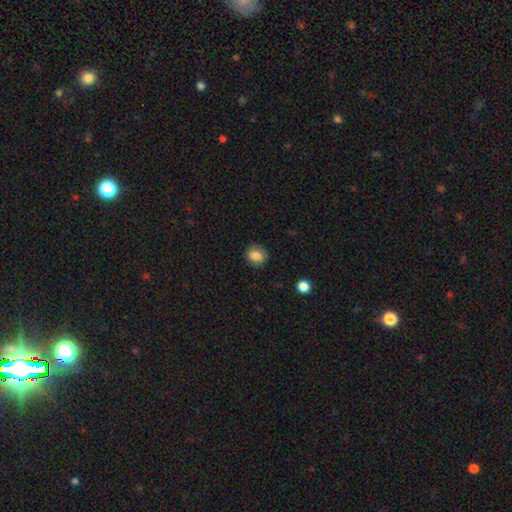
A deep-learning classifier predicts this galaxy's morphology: A smooth galaxy with no disk features (83%) that is round (57%). Merging: none (80%).